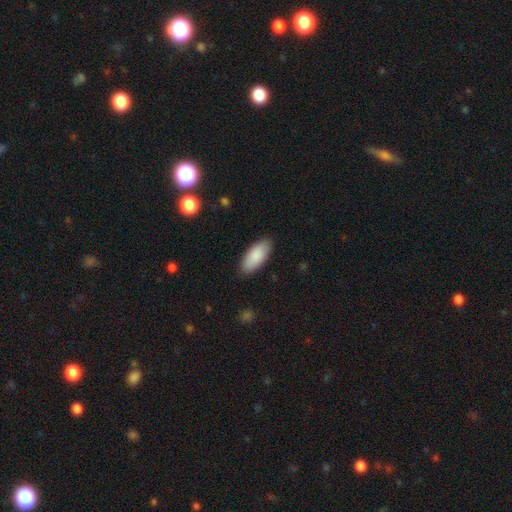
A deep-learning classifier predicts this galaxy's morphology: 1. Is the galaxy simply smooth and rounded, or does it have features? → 88% smooth, 6% featured or disk, 6% star or artifact.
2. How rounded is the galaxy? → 87% in between, 11% cigar-shaped, 2% round.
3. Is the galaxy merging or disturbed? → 87% none, 10% minor disturbance, 2% major disturbance, 1% merger.